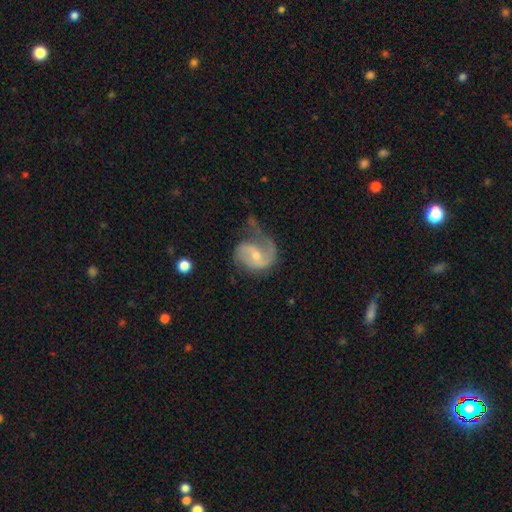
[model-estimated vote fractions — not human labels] featured or disk 81%, smooth 14%, star or artifact 6%. Down the decision tree: edge-on disk — no (98%); bar — weak (45%); spiral arms — yes (93%); spiral arm count — 2 (62%); spiral winding — medium (46%); bulge size — small (52%); merging — none (39%).